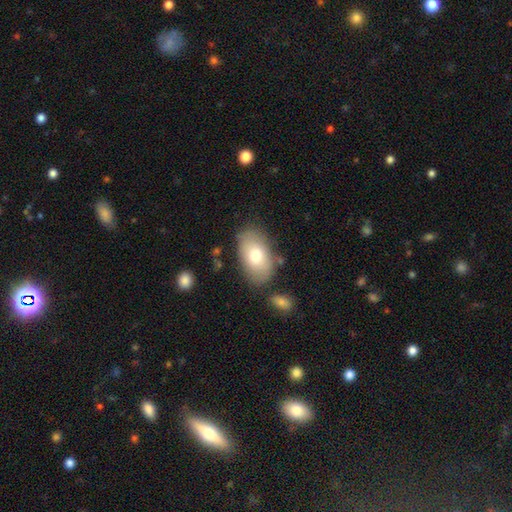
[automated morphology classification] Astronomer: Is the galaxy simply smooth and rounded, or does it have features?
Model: smooth — 73%.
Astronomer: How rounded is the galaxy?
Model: in between — 92%.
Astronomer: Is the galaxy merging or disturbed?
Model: none — 75%.